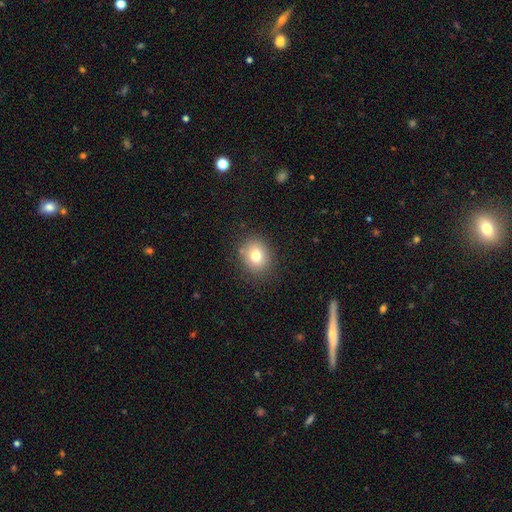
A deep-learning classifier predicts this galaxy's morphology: Smooth or featured?
  - smooth: 78% *
  - star or artifact: 11%
  - featured or disk: 11%
How rounded?
  - round: 64% *
  - in between: 36%
  - cigar-shaped: 1%
Merging?
  - none: 84% *
  - minor disturbance: 11%
  - major disturbance: 3%
  - merger: 2%